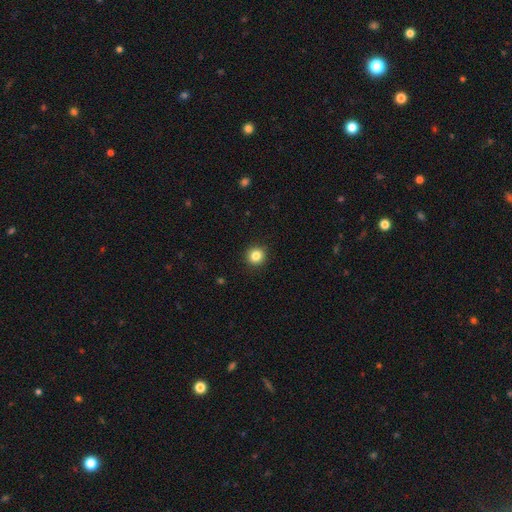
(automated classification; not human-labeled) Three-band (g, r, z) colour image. It shows a smooth galaxy with no disk features (84%) that is round (92%). Merging: none (92%).